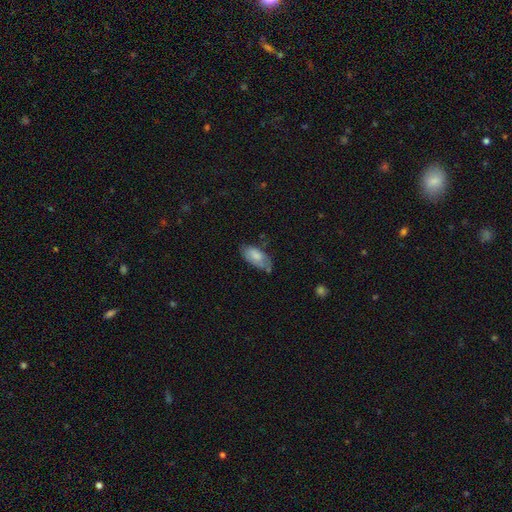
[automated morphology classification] Smooth or featured: smooth — 74% (featured or disk — 19%)
How rounded: in between — 92% (cigar-shaped — 6%)
Merging: none — 52% (minor disturbance — 34%)